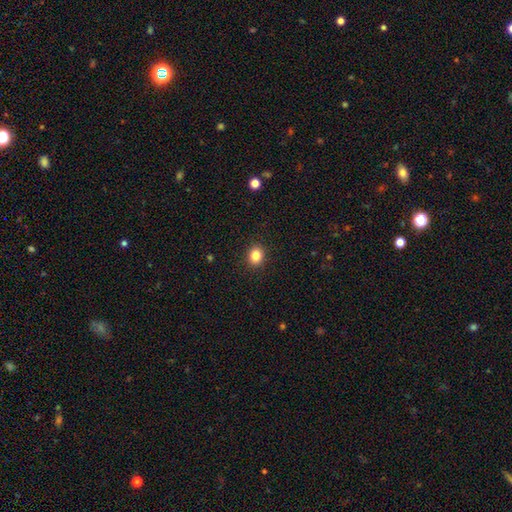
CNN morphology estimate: This appears to be a smooth galaxy with no disk features (84%) that is round (63%). Merging: none (91%).